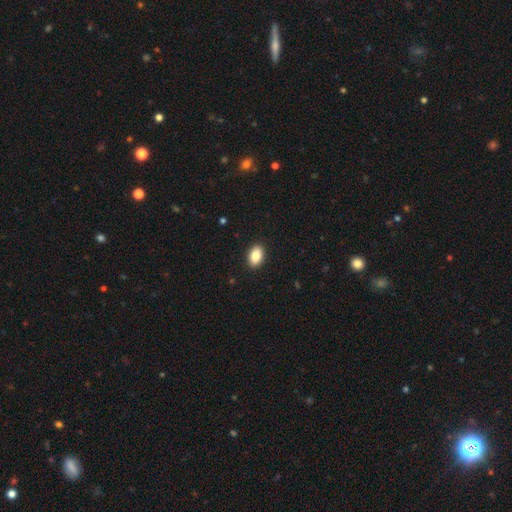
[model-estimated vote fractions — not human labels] Q: Smooth or featured?
A: smooth (86%); runner-up: star or artifact (7%)
Q: How rounded?
A: in between (88%); runner-up: round (11%)
Q: Merging?
A: none (91%); runner-up: minor disturbance (6%)